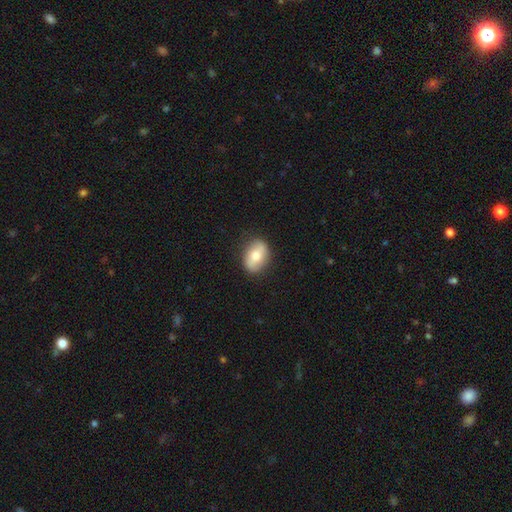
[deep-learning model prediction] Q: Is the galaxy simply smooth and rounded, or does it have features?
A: smooth — 61%.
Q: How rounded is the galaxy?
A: in between — 78%.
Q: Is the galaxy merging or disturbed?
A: none — 83%.